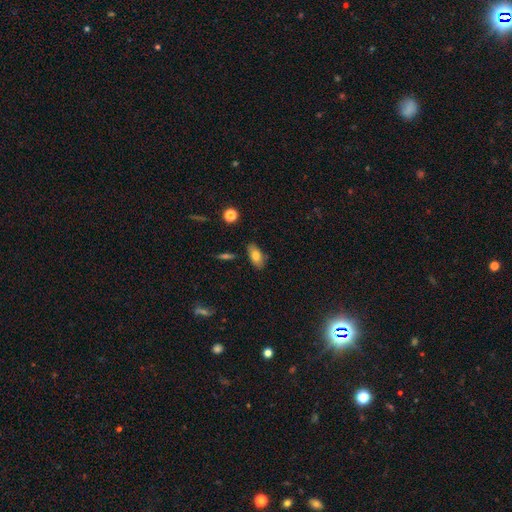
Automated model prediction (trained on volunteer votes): Smooth or featured? Predicted: smooth (p=0.75). How rounded? Predicted: in between (p=0.90). Merging? Predicted: none (p=0.81).